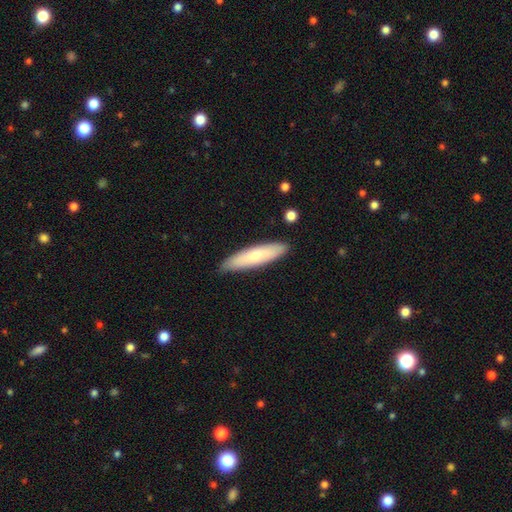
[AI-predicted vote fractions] Overall: smooth (66%; featured or disk 29%). How rounded: cigar-shaped (74%). Merging: none (86%).